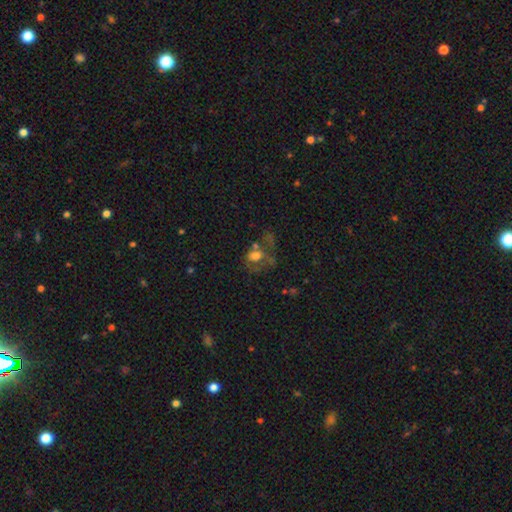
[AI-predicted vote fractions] The model was most divided on "merging": major disturbance: 29%, none: 28%, merger: 26%, minor disturbance: 17%. More confident: how rounded — in between (63%); smooth or featured — smooth (52%).